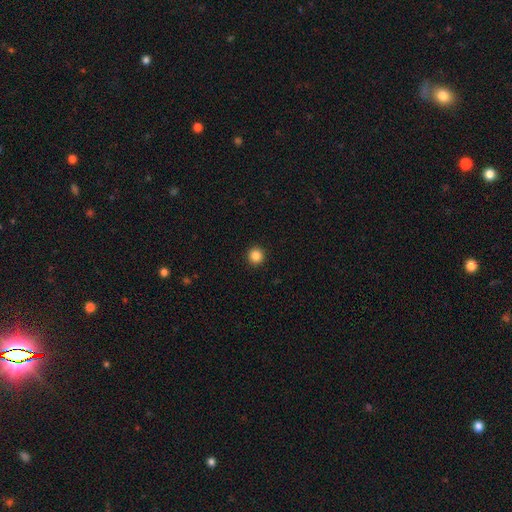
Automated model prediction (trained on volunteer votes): Overall: smooth (85%). How rounded: round (95%). Merging: none (93%).